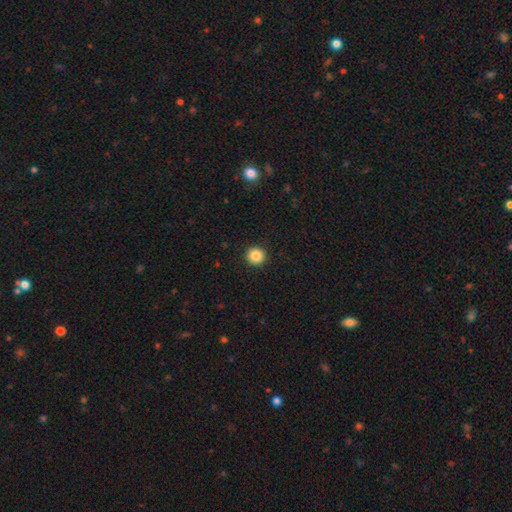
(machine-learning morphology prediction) The model was most divided on "smooth or featured": smooth: 86%, star or artifact: 10%, featured or disk: 4%. More confident: how rounded — round (94%); merging — none (93%).